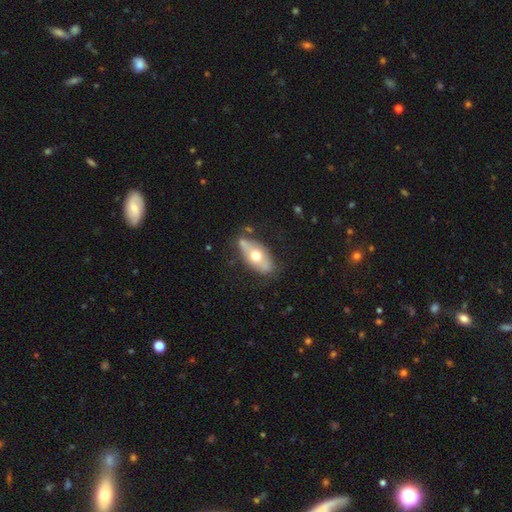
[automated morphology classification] smooth_or_featured: smooth (p=0.49) [alt: featured or disk p=0.44]
merging: none (p=0.66) [alt: minor disturbance p=0.20]